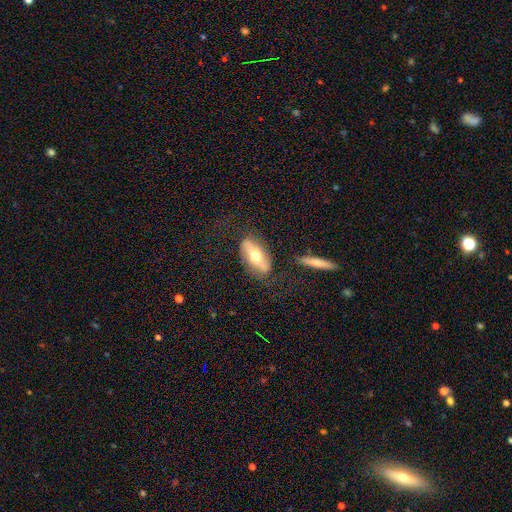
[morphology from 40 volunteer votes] Overall: featured or disk (70%). Edge-on disk: no (79%). Bar: strong (68%). Spiral arms: no (59%; yes 41%). Bulge size: moderate (68%). Merging: none (76%).